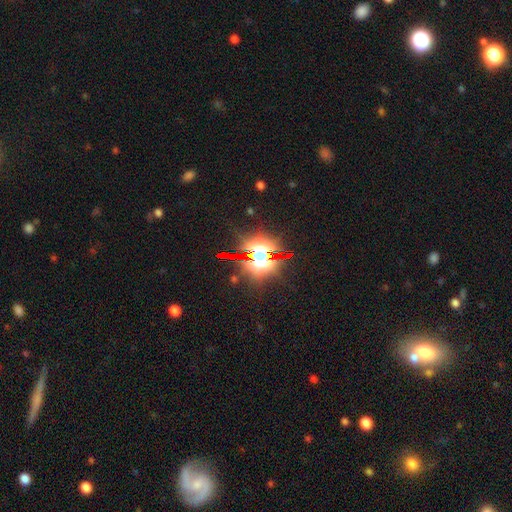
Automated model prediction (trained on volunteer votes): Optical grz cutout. It shows a star or artifact, not a galaxy (75%).